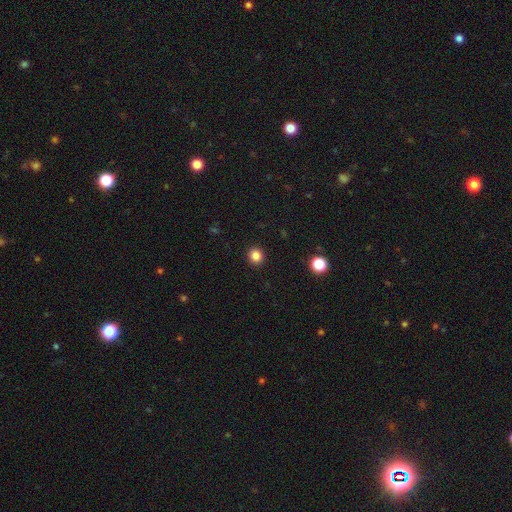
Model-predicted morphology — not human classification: smooth-or-featured: smooth: 84% | star or artifact: 12% | featured or disk: 4%
  how-rounded: round: 89% | in between: 10% | cigar-shaped: 1%
  merging: none: 93% | minor disturbance: 5% | major disturbance: 2% | merger: 1%